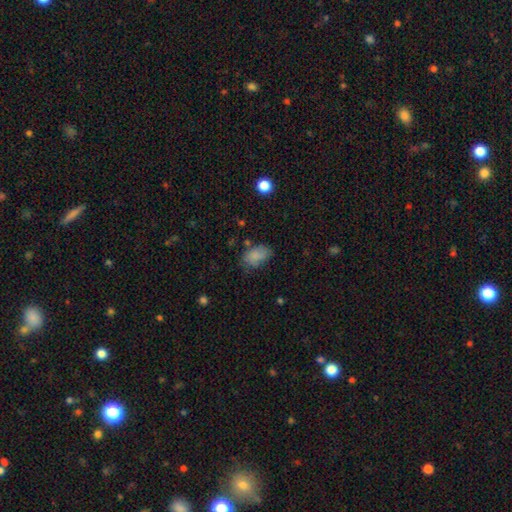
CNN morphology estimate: smooth 83%, star or artifact 9%, featured or disk 9%. Down the decision tree: how rounded — in between (89%); merging — none (64%).